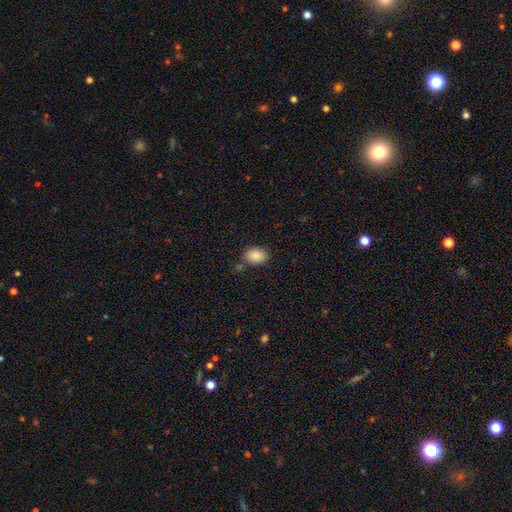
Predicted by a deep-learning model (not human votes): smooth-or-featured: smooth: 88% | star or artifact: 7% | featured or disk: 4%
  how-rounded: in between: 80% | round: 18% | cigar-shaped: 1%
  merging: none: 78% | minor disturbance: 13% | merger: 6% | major disturbance: 3%